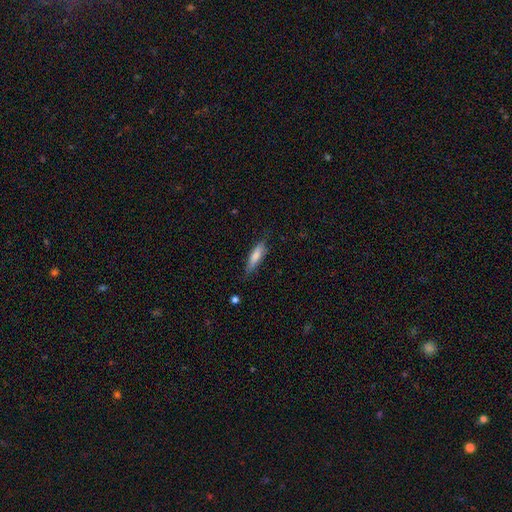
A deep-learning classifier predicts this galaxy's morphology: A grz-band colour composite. It shows a smooth galaxy with no disk features (73%) that is cigar-shaped (64%). Merging: none (68%).